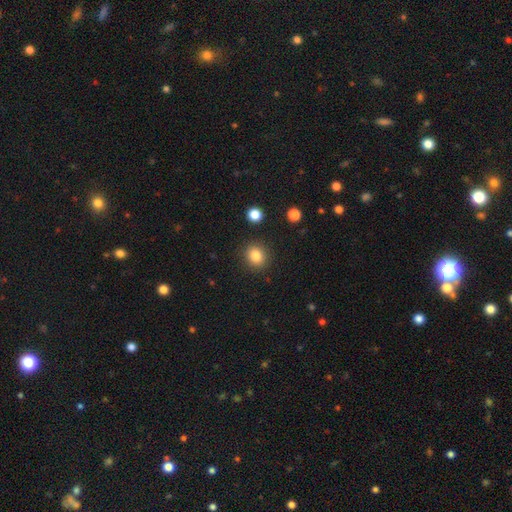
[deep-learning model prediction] Q: Smooth or featured?
A: smooth (84%); runner-up: star or artifact (10%)
Q: How rounded?
A: round (77%); runner-up: in between (22%)
Q: Merging?
A: none (88%); runner-up: minor disturbance (7%)